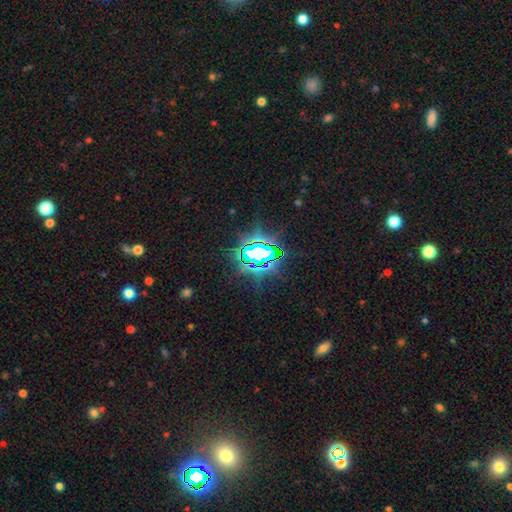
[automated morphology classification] star or artifact 76%, smooth 13%, featured or disk 11%.